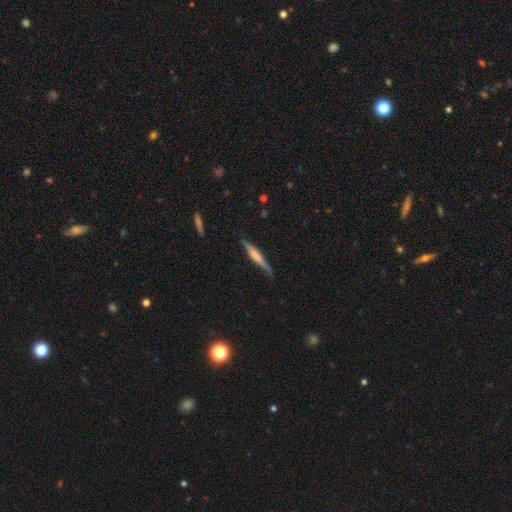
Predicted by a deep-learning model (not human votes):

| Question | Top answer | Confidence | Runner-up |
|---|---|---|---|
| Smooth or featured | featured or disk | 50% | smooth (44%) |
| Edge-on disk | yes | 96% | no (4%) |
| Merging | none | 82% | minor disturbance (14%) |